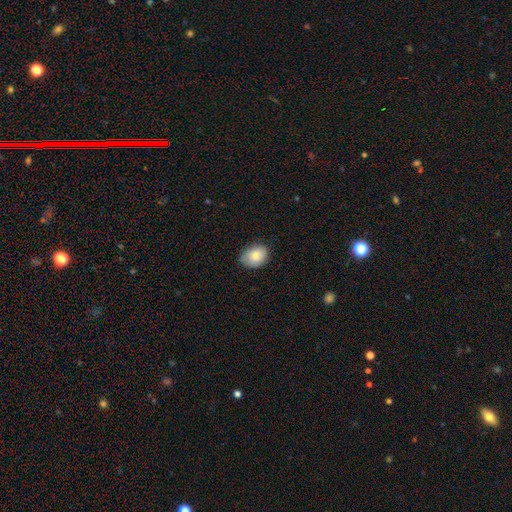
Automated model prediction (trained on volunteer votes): This is clearly a smooth galaxy (84%). How rounded: likely in between (62%). Merging: likely none (76%).